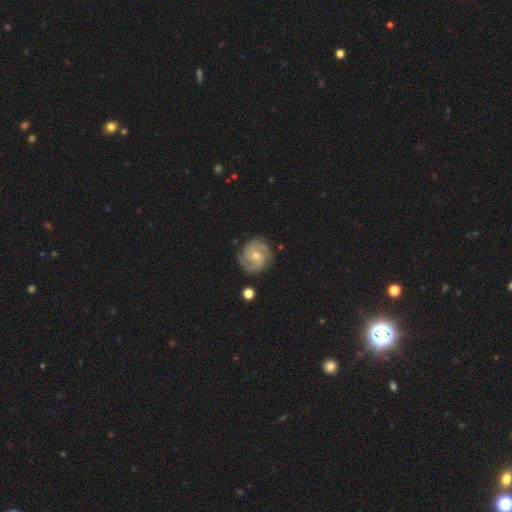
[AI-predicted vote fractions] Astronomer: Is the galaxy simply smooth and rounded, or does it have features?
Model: featured or disk — 85%.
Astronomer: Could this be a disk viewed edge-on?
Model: no — 98%.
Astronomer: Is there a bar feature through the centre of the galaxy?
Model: no — 48% (runner-up: weak, 41%).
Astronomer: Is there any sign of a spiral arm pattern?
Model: yes — 97%.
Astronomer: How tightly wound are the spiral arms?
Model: tight — 49% (runner-up: medium, 43%).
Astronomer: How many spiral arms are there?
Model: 2 — 61%.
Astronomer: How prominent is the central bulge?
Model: small — 55% (runner-up: moderate, 41%).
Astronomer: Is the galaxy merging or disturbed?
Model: none — 82%.